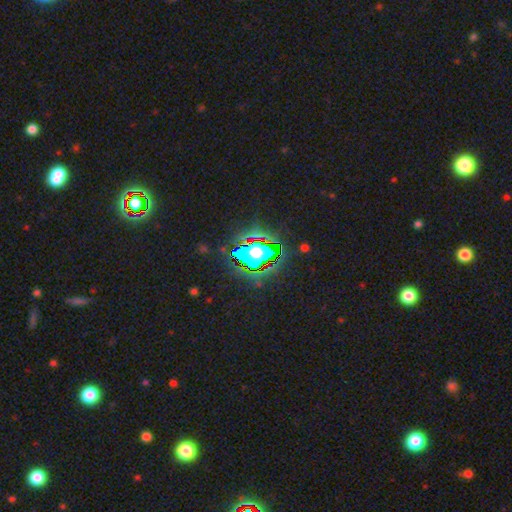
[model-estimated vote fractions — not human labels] This appears to be a star or artifact, not a galaxy (73%).